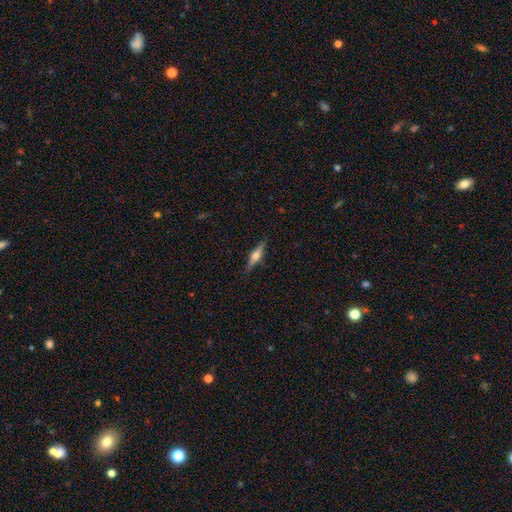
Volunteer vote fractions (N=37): Smooth or featured? 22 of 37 (59%) said featured or disk. Edge-on disk? 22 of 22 (100%) said yes. Edge-on bulge? 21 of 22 (95%) said rounded. Merging? 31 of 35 (89%) said none.